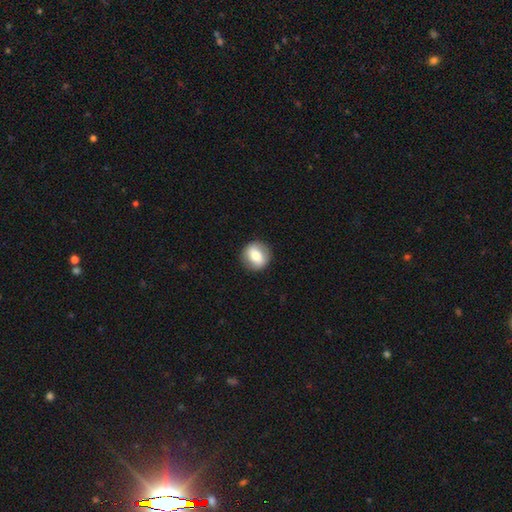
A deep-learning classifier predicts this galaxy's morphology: Q: Smooth or featured?
A: smooth (65%); runner-up: featured or disk (27%)
Q: How rounded?
A: round (82%); runner-up: in between (16%)
Q: Merging?
A: none (88%); runner-up: minor disturbance (8%)